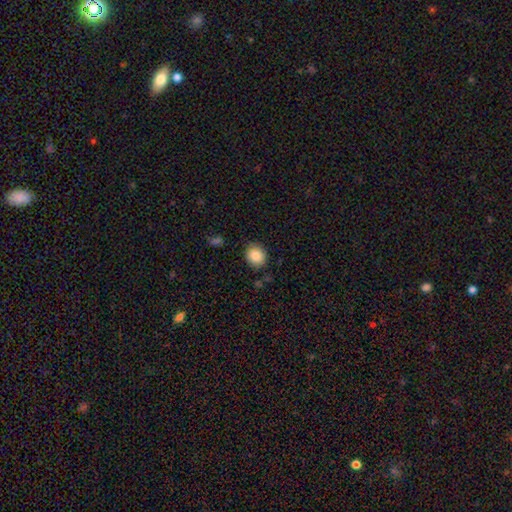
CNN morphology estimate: A smooth galaxy with no disk features (86%) that is round (77%). Merging: none (81%).